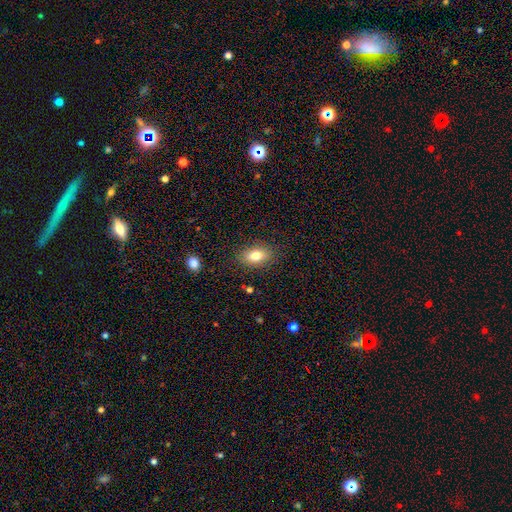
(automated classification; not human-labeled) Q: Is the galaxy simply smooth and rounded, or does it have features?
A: smooth — 79%.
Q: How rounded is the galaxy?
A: in between — 84%.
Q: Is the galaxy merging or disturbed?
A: none — 86%.